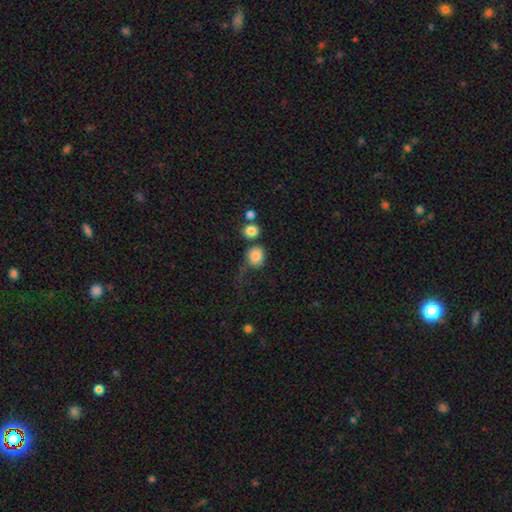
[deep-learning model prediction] A smooth galaxy with no disk features (83%) that is round (78%).

Vote fractions:
- Smooth or featured? smooth: 83% / star or artifact: 9% / featured or disk: 8%
- How rounded? round: 78% / in between: 21% / cigar-shaped: 1%
- Merging? none: 44% / merger: 20% / minor disturbance: 18% / major disturbance: 18%